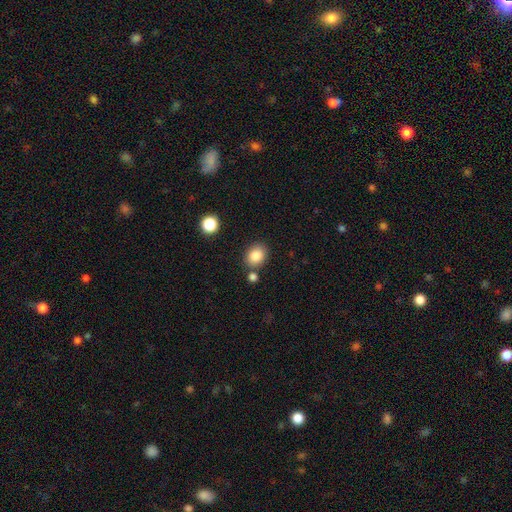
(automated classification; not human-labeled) This appears to be a smooth galaxy with no disk features (85%) that is round (51%). Merging: none (77%).